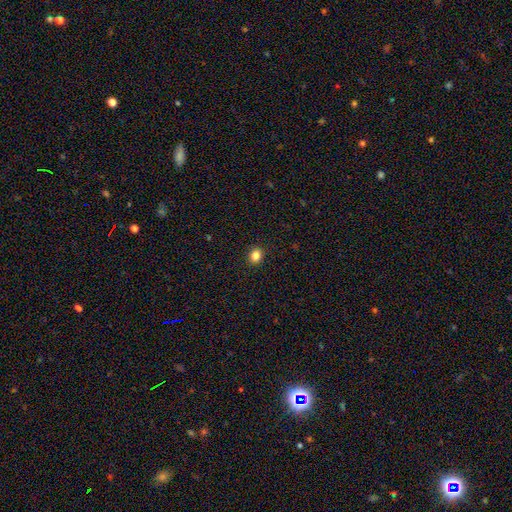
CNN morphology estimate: smooth-or-featured: smooth: 84% | star or artifact: 11% | featured or disk: 4%
  how-rounded: round: 59% | in between: 40% | cigar-shaped: 1%
  merging: none: 91% | minor disturbance: 6% | major disturbance: 2% | merger: 1%